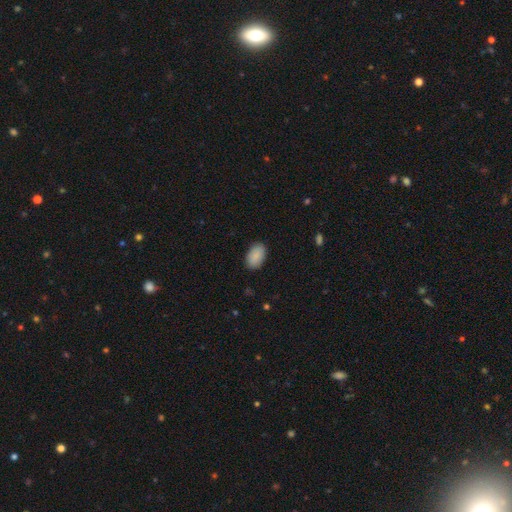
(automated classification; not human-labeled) smooth_or_featured: smooth (p=0.90) [alt: star or artifact p=0.06]
how_rounded: in between (p=0.93) [alt: round p=0.06]
merging: none (p=0.88) [alt: minor disturbance p=0.09]